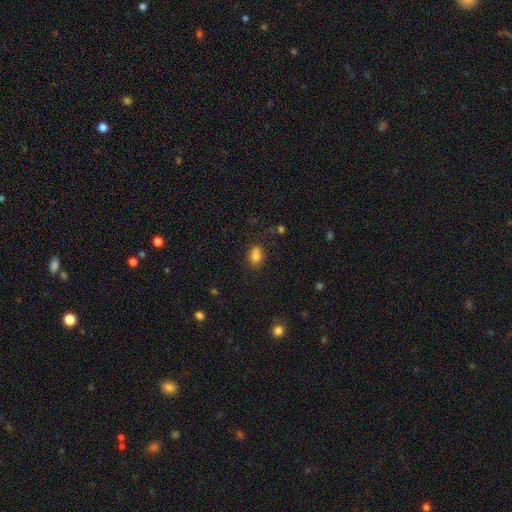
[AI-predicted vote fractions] Overall: smooth (77%). How rounded: round (59%; in between 39%). Merging: none (49%; merger 30%).